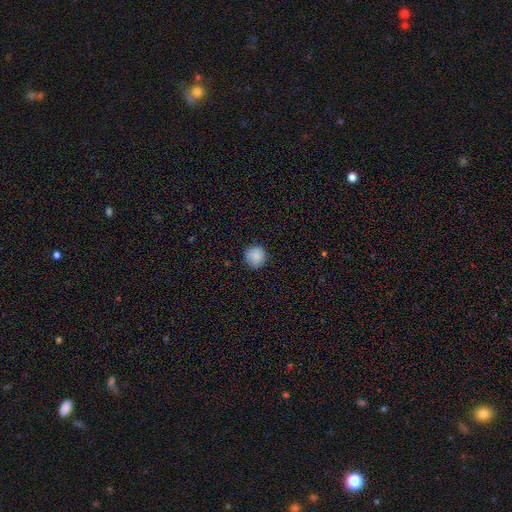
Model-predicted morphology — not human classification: Q: Smooth or featured?
A: smooth (88%); runner-up: star or artifact (9%)
Q: How rounded?
A: round (94%); runner-up: in between (5%)
Q: Merging?
A: none (88%); runner-up: minor disturbance (9%)